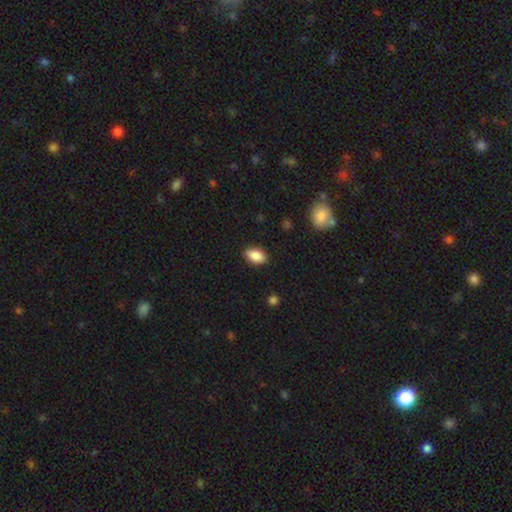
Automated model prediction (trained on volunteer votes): Q: Smooth or featured?
A: smooth (87%); runner-up: star or artifact (7%)
Q: How rounded?
A: in between (91%); runner-up: round (6%)
Q: Merging?
A: none (89%); runner-up: minor disturbance (8%)